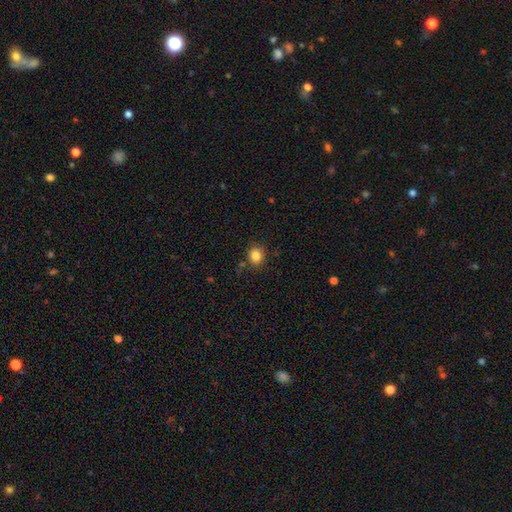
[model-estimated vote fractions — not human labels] Smooth or featured? smooth (83%)
How rounded? round (72%)
Merging? none (84%)